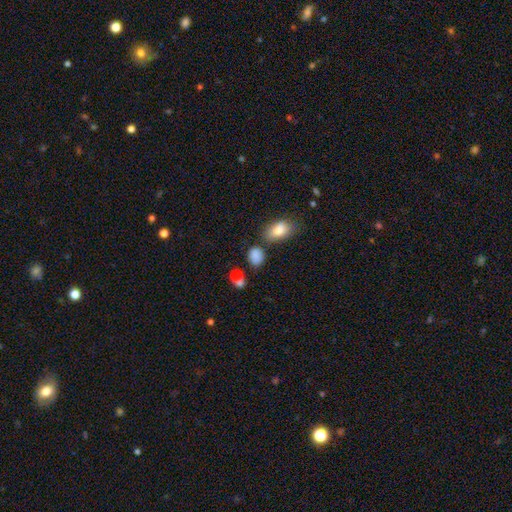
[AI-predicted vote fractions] Q: Smooth or featured?
A: smooth (82%); runner-up: star or artifact (11%)
Q: How rounded?
A: in between (60%); runner-up: round (38%)
Q: Merging?
A: none (60%); runner-up: minor disturbance (18%)